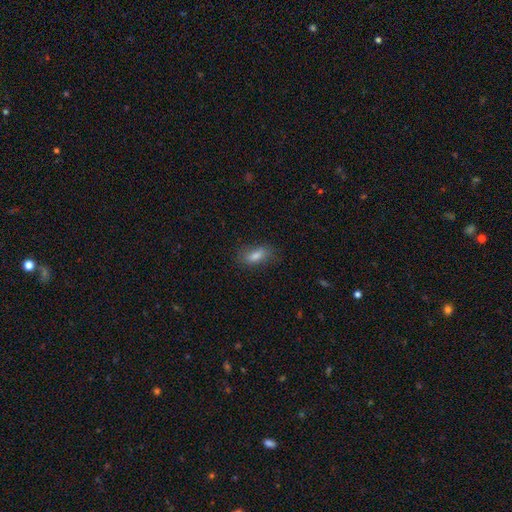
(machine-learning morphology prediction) The model was most divided on "how rounded": in between: 74%, cigar-shaped: 22%, round: 5%. More confident: smooth or featured — smooth (76%); merging — none (76%).